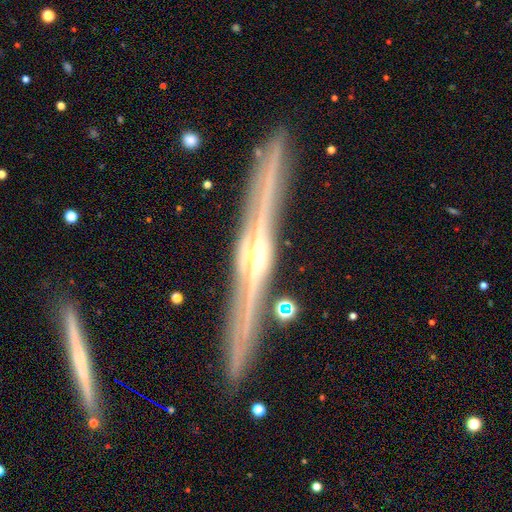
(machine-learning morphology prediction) Smooth or featured?
  - featured or disk: 86% *
  - smooth: 7%
  - star or artifact: 7%
Edge-on disk?
  - yes: 96% *
  - no: 4%
Edge-on bulge?
  - rounded: 85% *
  - boxy: 8%
  - none: 7%
Merging?
  - none: 87% *
  - minor disturbance: 9%
  - merger: 2%
  - major disturbance: 2%